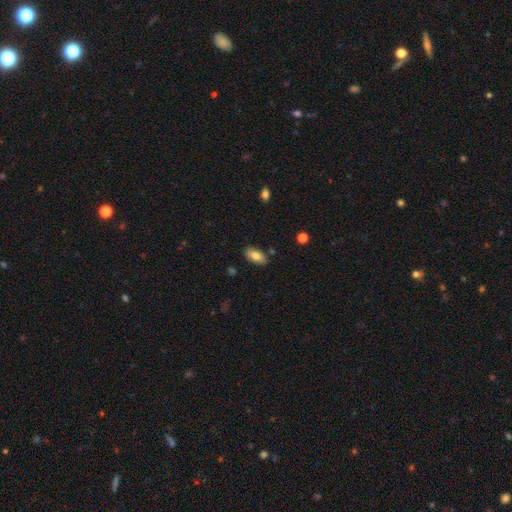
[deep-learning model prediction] Smooth or featured?
  - smooth: 80% *
  - featured or disk: 13%
  - star or artifact: 7%
How rounded?
  - in between: 93% *
  - cigar-shaped: 4%
  - round: 3%
Merging?
  - none: 84% *
  - minor disturbance: 11%
  - merger: 2%
  - major disturbance: 2%